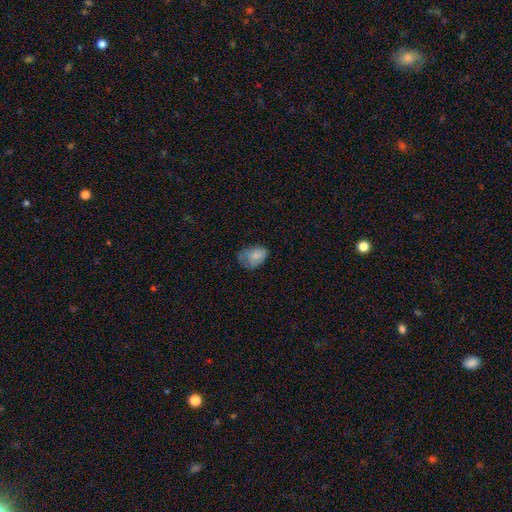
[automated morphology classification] Smooth or featured: smooth — 78% (featured or disk — 13%)
How rounded: in between — 81% (round — 18%)
Merging: minor disturbance — 39% (none — 36%)